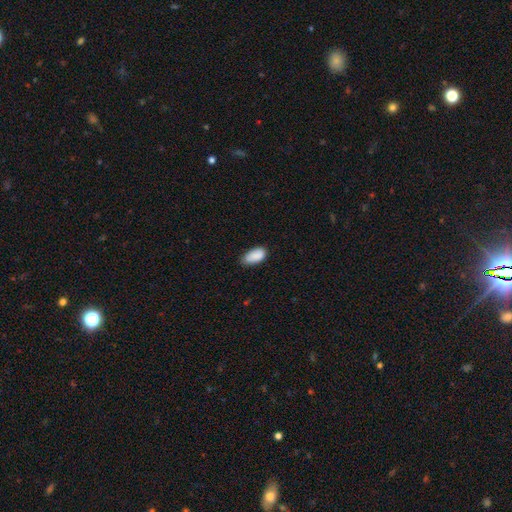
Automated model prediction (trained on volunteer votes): Smooth or featured: smooth — 89% (star or artifact — 7%)
How rounded: in between — 93% (cigar-shaped — 5%)
Merging: none — 71% (minor disturbance — 25%)